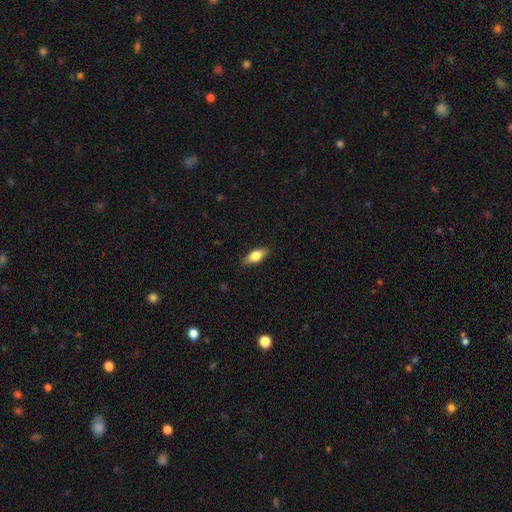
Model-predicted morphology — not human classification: Overall: smooth (61%; featured or disk 32%). How rounded: in between (74%). Merging: none (87%).